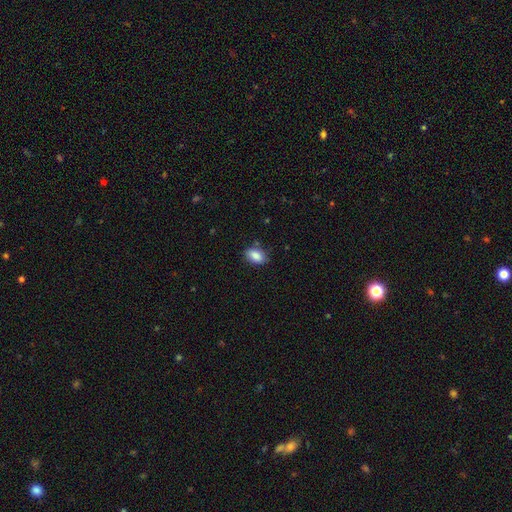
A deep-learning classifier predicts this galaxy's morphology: A smooth galaxy with no disk features (86%) that is in between round and cigar-shaped (89%).

Vote fractions:
- Smooth or featured? smooth: 86% / star or artifact: 8% / featured or disk: 6%
- How rounded? in between: 89% / round: 9% / cigar-shaped: 3%
- Merging? none: 79% / minor disturbance: 16% / major disturbance: 3% / merger: 2%